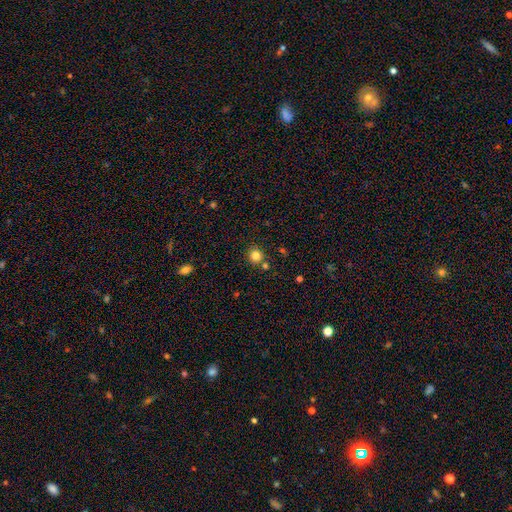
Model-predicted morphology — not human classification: This appears to be a smooth galaxy with no disk features (82%) that is round (91%). Merging: none (80%).